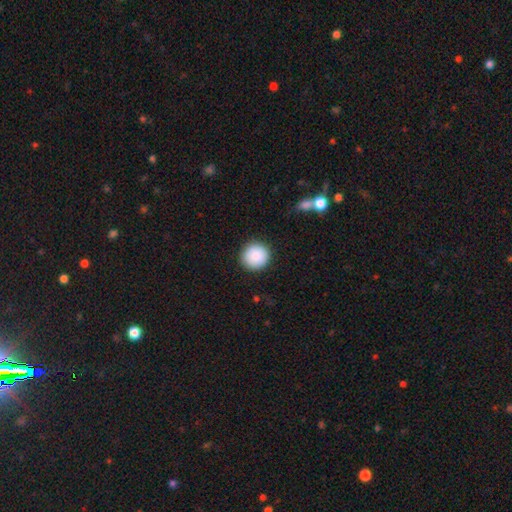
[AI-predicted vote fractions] Smooth or featured: smooth — 89% (star or artifact — 7%)
How rounded: round — 94% (in between — 5%)
Merging: none — 91% (minor disturbance — 6%)